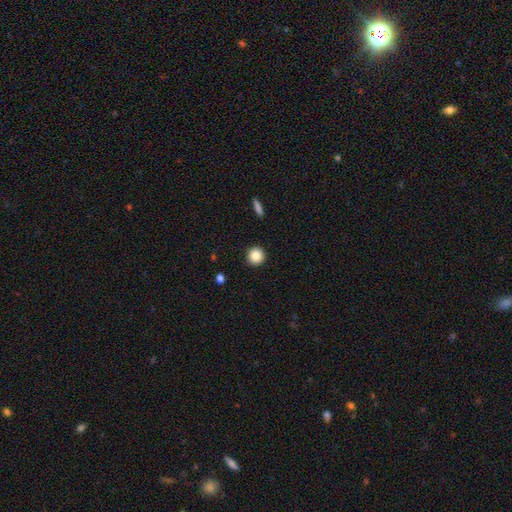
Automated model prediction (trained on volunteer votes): This is clearly a smooth galaxy (86%). How rounded: clearly round (94%). Merging: clearly none (92%).